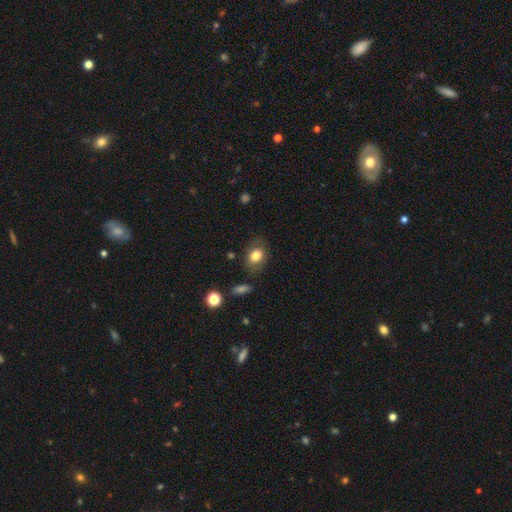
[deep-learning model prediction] Smooth or featured? smooth (80%)
How rounded? in between (70%)
Merging? none (76%)